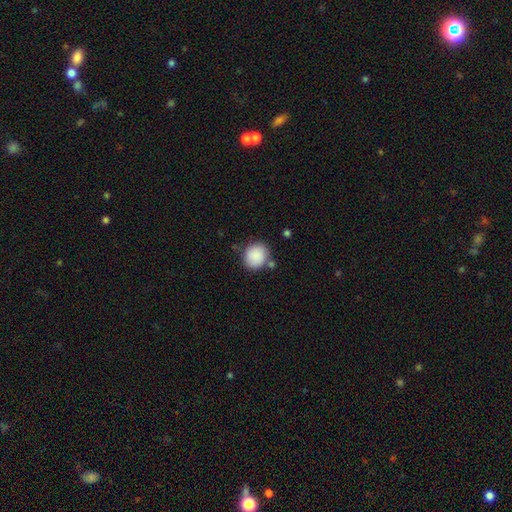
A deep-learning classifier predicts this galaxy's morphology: type=smooth (88%); roundness=round (80%); merging=none (72%).